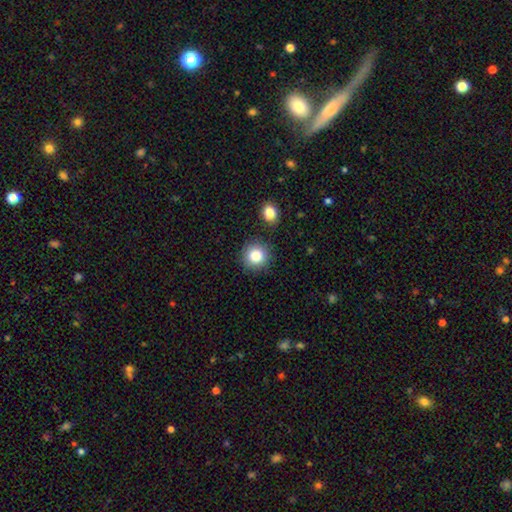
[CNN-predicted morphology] smooth-or-featured: smooth: 84% | star or artifact: 10% | featured or disk: 6%
  how-rounded: round: 92% | in between: 7% | cigar-shaped: 1%
  merging: none: 85% | minor disturbance: 8% | merger: 4% | major disturbance: 3%